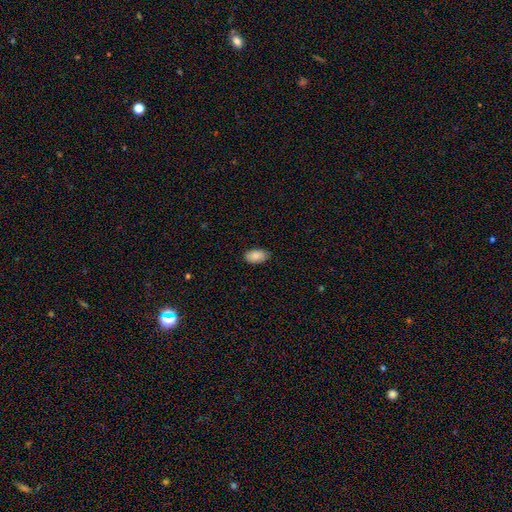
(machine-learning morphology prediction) The model was most divided on "merging": none: 82%, minor disturbance: 15%, major disturbance: 2%, merger: 1%. More confident: how rounded — in between (94%); smooth or featured — smooth (88%).